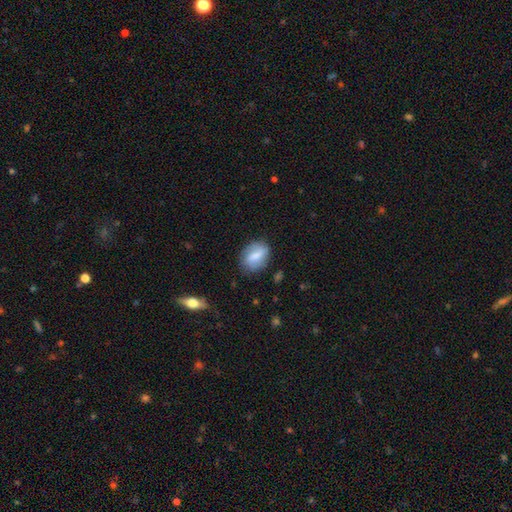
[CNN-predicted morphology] Smooth or featured?
  - smooth: 61% *
  - featured or disk: 31%
  - star or artifact: 7%
How rounded?
  - in between: 74% *
  - round: 22%
  - cigar-shaped: 3%
Merging?
  - none: 74% *
  - minor disturbance: 18%
  - major disturbance: 6%
  - merger: 2%